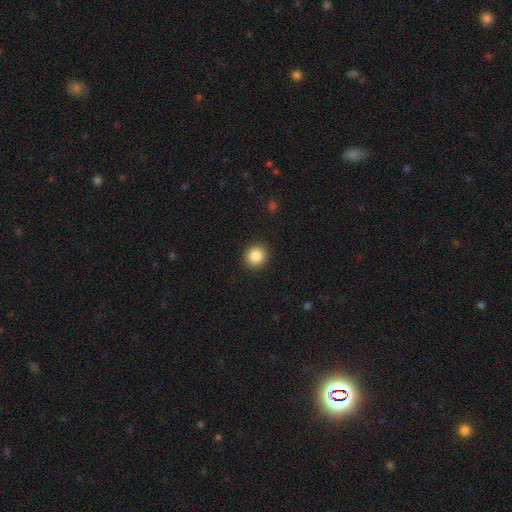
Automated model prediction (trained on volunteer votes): smooth_or_featured: smooth (p=0.86) [alt: star or artifact p=0.09]
how_rounded: round (p=0.89) [alt: in between p=0.10]
merging: none (p=0.92) [alt: minor disturbance p=0.05]